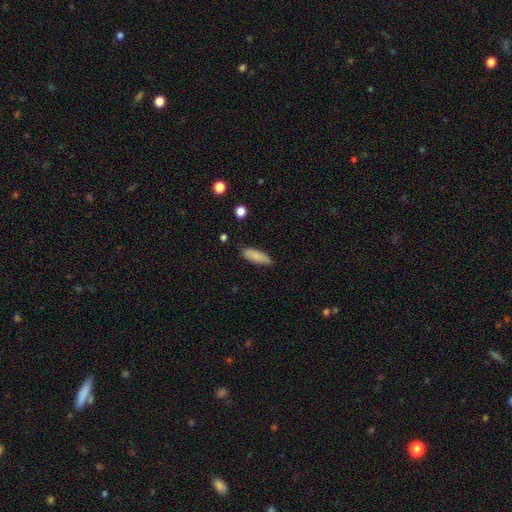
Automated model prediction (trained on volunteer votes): This is clearly a smooth galaxy (83%). How rounded: likely in between (61%). Merging: clearly none (81%).